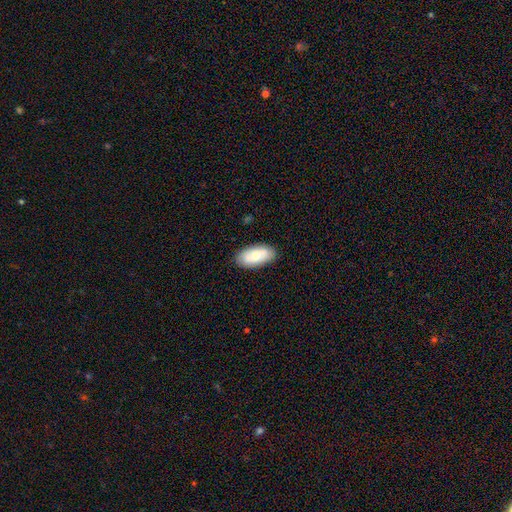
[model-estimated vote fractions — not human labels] Smooth or featured? smooth (69%)
How rounded? in between (91%)
Merging? none (85%)